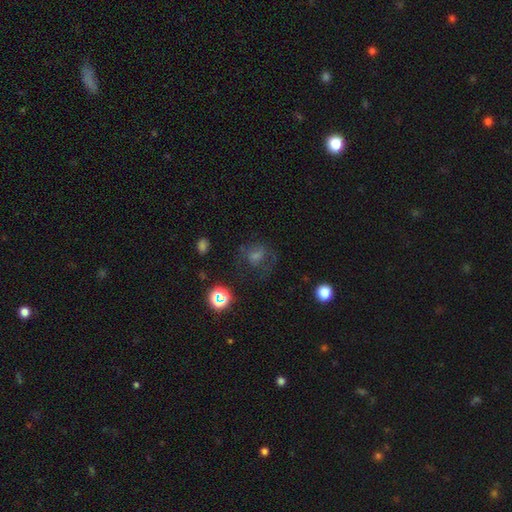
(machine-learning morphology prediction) Smooth or featured? smooth (38%)
Merging? none (59%)